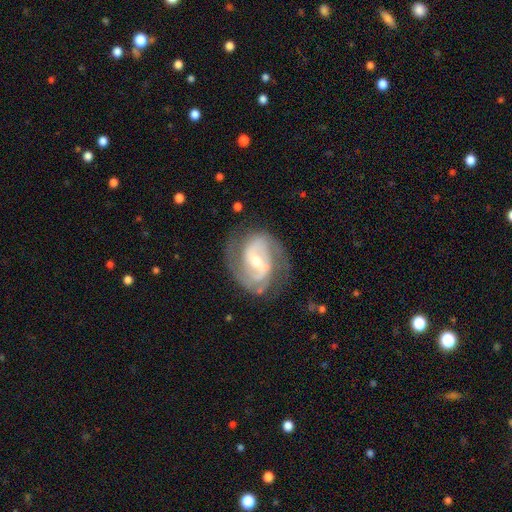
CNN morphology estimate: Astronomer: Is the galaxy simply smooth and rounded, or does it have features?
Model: featured or disk — 81%.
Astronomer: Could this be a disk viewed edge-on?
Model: no — 97%.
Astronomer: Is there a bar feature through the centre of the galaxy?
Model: weak — 47% (runner-up: strong, 28%).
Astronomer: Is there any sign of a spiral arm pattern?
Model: yes — 97%.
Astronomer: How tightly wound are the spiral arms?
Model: medium — 45% (runner-up: tight, 42%).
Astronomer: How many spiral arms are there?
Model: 2 — 78%.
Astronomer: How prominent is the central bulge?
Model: small — 51% (runner-up: moderate, 40%).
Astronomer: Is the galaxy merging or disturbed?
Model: none — 80%.